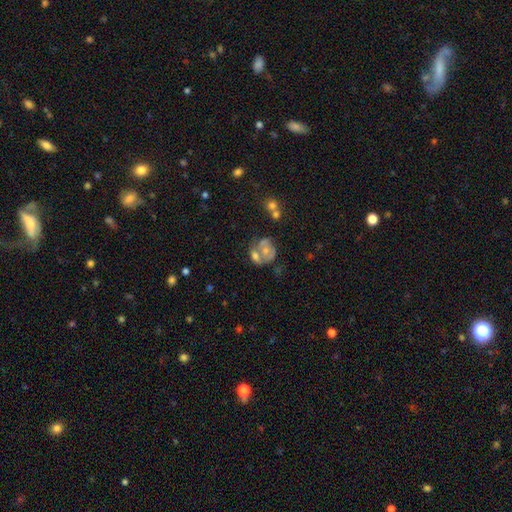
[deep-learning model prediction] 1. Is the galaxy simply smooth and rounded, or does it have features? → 41% featured or disk, 31% smooth, 29% star or artifact.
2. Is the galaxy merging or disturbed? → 49% none, 24% merger, 15% minor disturbance, 13% major disturbance.